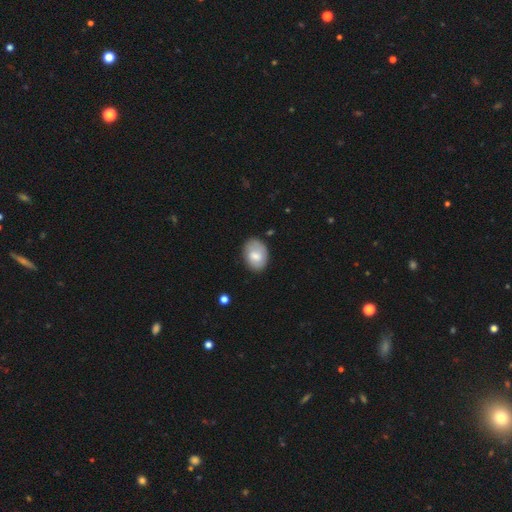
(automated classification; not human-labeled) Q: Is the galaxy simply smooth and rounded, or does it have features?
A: smooth — 71%.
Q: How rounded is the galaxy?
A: in between — 82%.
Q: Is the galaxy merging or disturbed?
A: none — 70%.